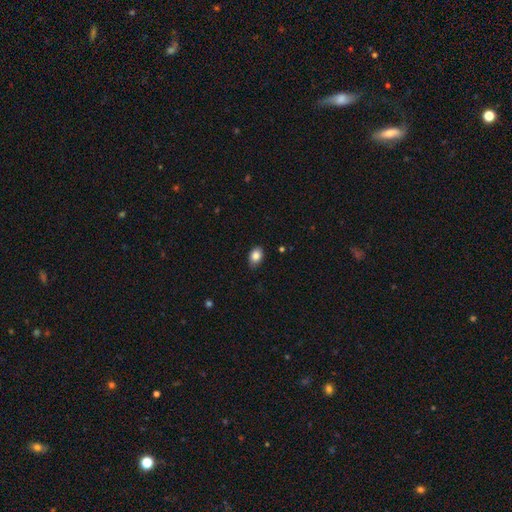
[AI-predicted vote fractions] This appears to be a smooth galaxy with no disk features (85%) that is in between round and cigar-shaped (81%). Merging: none (81%).